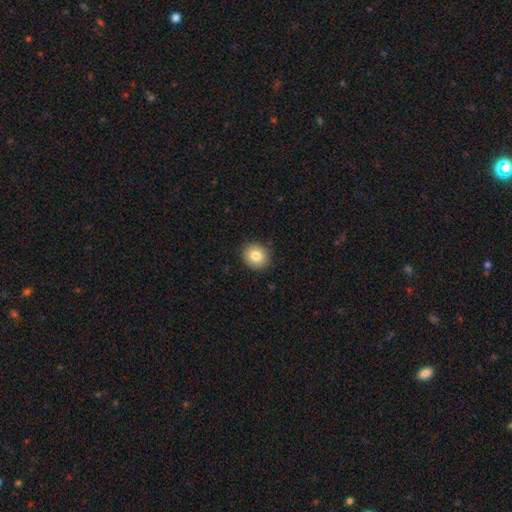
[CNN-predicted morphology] smooth_or_featured: smooth (p=0.82) [alt: star or artifact p=0.09]
how_rounded: round (p=0.80) [alt: in between p=0.19]
merging: none (p=0.90) [alt: minor disturbance p=0.07]